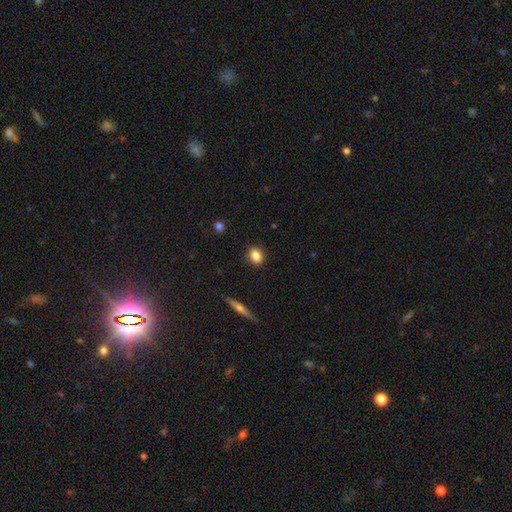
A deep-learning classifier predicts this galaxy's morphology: Smooth or featured? Predicted: smooth (p=0.85). How rounded? Predicted: in between (p=0.56). Merging? Predicted: none (p=0.89).